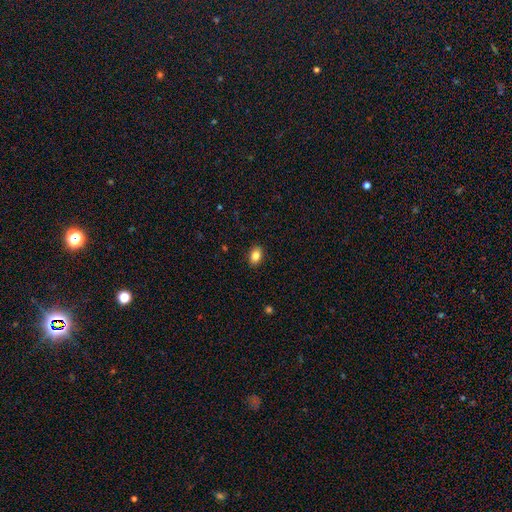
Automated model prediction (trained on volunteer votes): smooth-or-featured: smooth: 85% | star or artifact: 9% | featured or disk: 6%
  how-rounded: in between: 81% | round: 18% | cigar-shaped: 1%
  merging: none: 90% | minor disturbance: 7% | major disturbance: 2% | merger: 1%